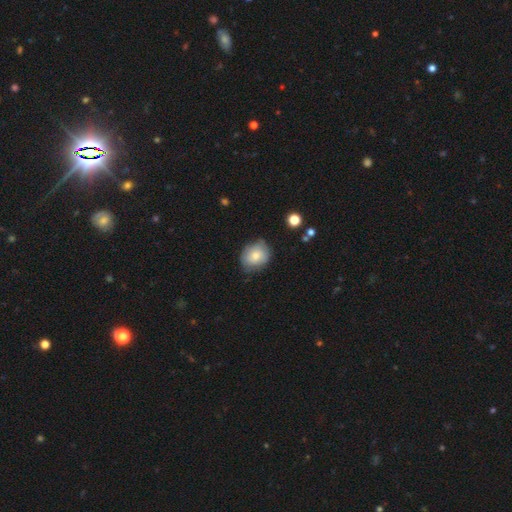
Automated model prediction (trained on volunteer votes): smooth_or_featured: smooth (p=0.72) [alt: featured or disk p=0.20]
how_rounded: round (p=0.61) [alt: in between p=0.39]
merging: none (p=0.68) [alt: minor disturbance p=0.25]